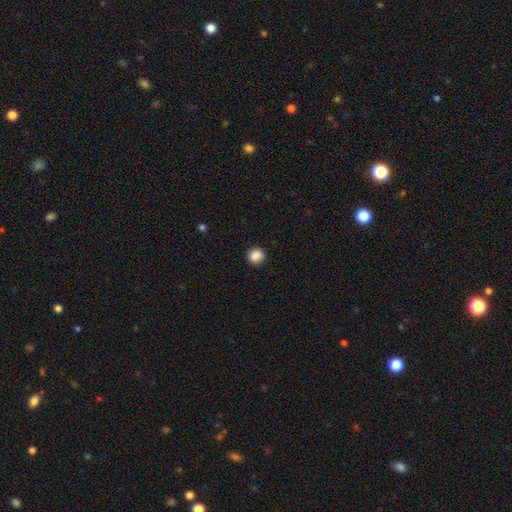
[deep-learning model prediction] This appears to be a smooth galaxy with no disk features (88%) that is round (91%). Merging: none (89%).